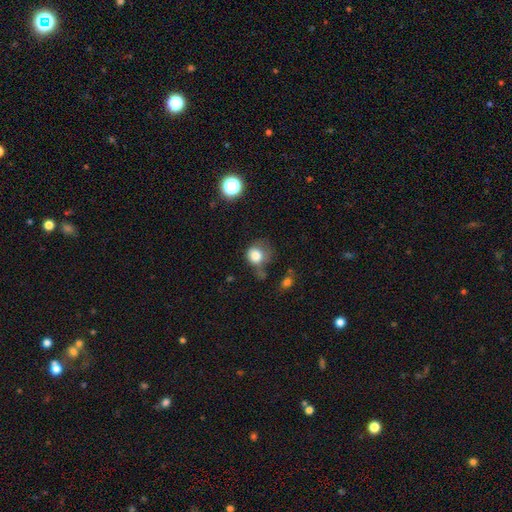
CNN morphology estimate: Smooth or featured? smooth (79%)
How rounded? round (72%)
Merging? none (35%)